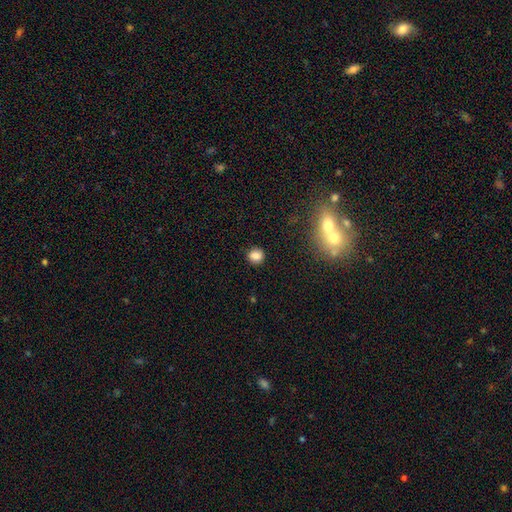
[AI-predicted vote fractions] A smooth galaxy with no disk features (83%) that is round (79%). Merging: none (87%).